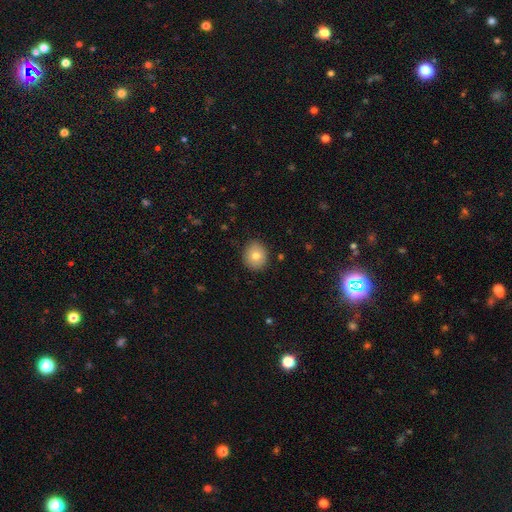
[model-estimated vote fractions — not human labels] A smooth galaxy with no disk features (80%) that is round (76%). Merging: none (89%).